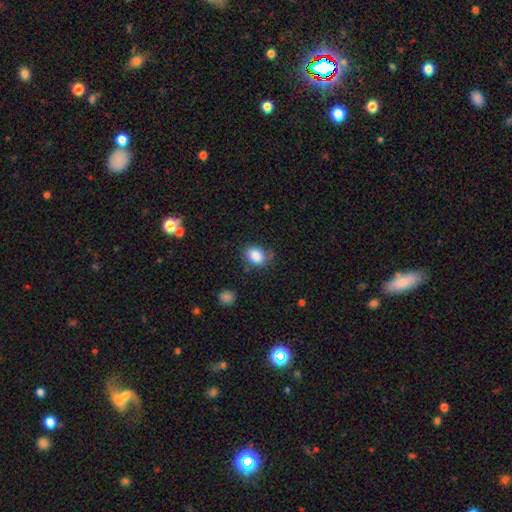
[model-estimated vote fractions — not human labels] Overall: smooth (85%). How rounded: in between (69%; round 30%). Merging: none (69%).